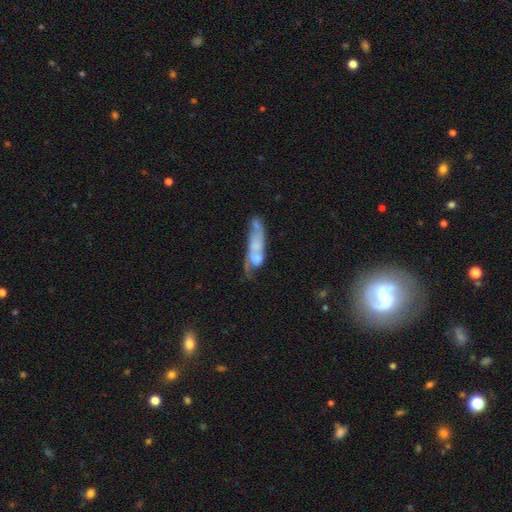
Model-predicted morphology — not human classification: smooth_or_featured: featured or disk (p=0.51) [alt: smooth p=0.40]
disk_edge_on: no (p=0.81) [alt: yes p=0.19]
merging: merger (p=0.33) [alt: none p=0.28]